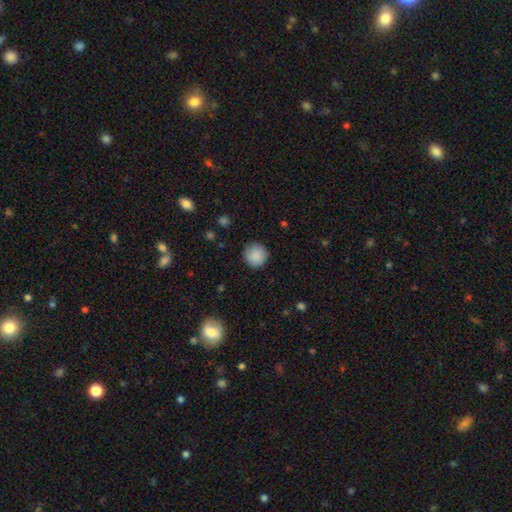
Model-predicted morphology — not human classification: A smooth galaxy with no disk features (88%) that is round (95%). Merging: none (89%).